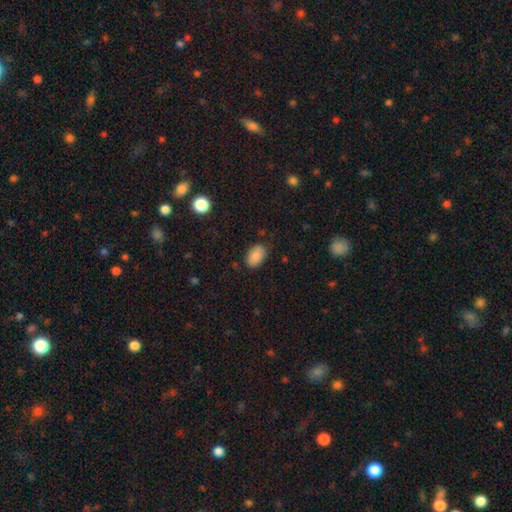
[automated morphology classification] smooth 87%, star or artifact 8%, featured or disk 5%. Down the decision tree: how rounded — in between (88%); merging — none (81%).